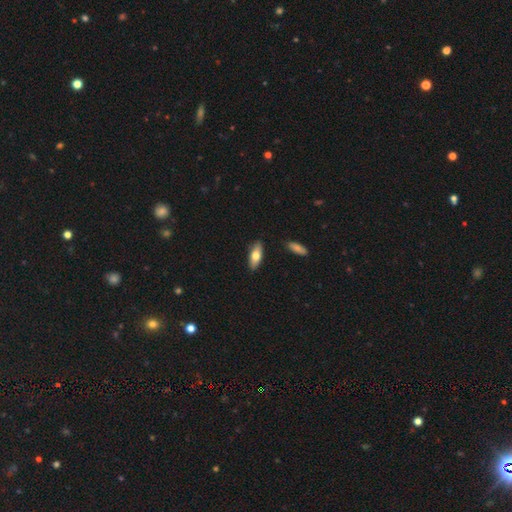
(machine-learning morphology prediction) Smooth or featured?
  - smooth: 70% *
  - featured or disk: 24%
  - star or artifact: 6%
How rounded?
  - in between: 74% *
  - cigar-shaped: 23%
  - round: 3%
Merging?
  - none: 87% *
  - minor disturbance: 9%
  - merger: 2%
  - major disturbance: 2%